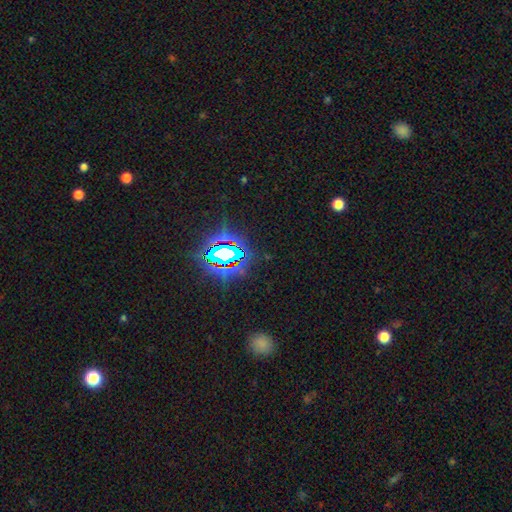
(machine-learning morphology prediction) Smooth or featured?
  - star or artifact: 82% *
  - smooth: 11%
  - featured or disk: 7%